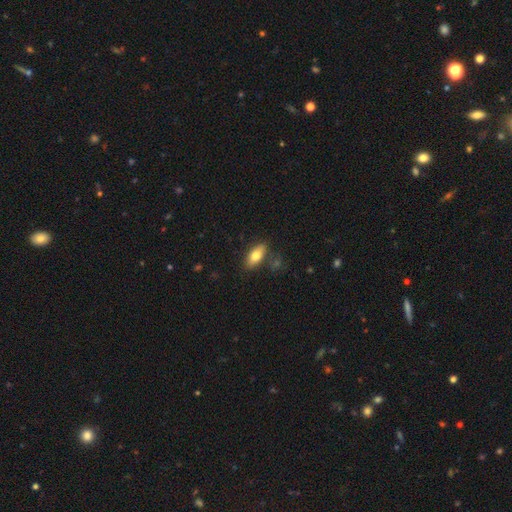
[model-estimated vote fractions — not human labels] This is likely a smooth galaxy (77%). How rounded: clearly in between (84%). Merging: clearly none (80%).